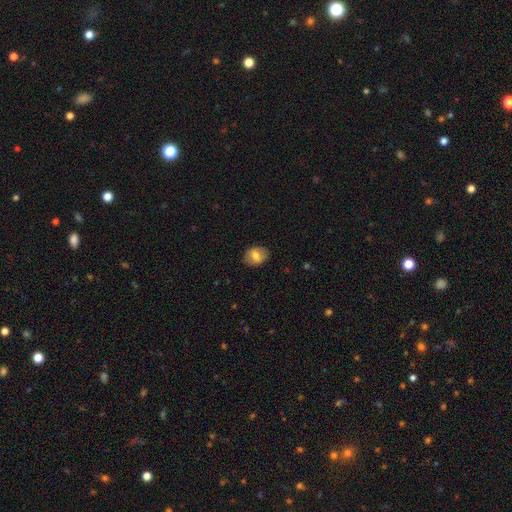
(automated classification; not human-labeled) Smooth or featured? Predicted: smooth (p=0.68). How rounded? Predicted: in between (p=0.64). Merging? Predicted: none (p=0.85).